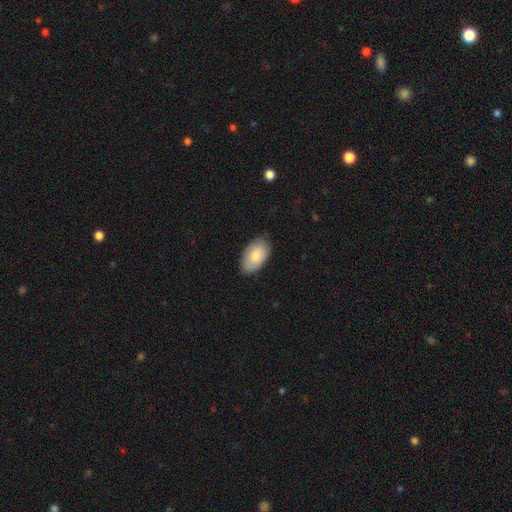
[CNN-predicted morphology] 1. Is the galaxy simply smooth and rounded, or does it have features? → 81% smooth, 14% featured or disk, 6% star or artifact.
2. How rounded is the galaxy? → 94% in between, 5% round, 1% cigar-shaped.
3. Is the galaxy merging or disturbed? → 82% none, 15% minor disturbance, 2% major disturbance, 1% merger.